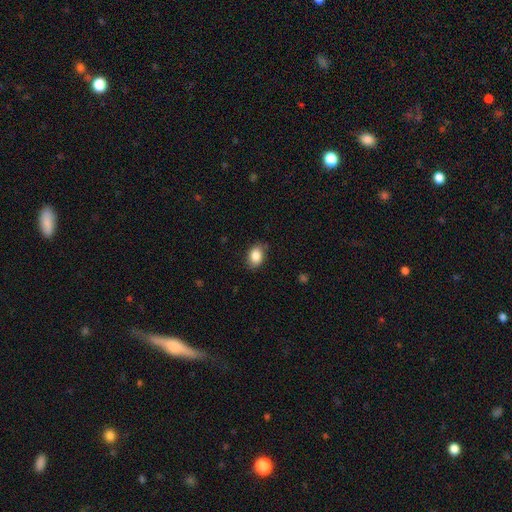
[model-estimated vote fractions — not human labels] Smooth or featured? smooth (86%)
How rounded? in between (73%)
Merging? none (80%)